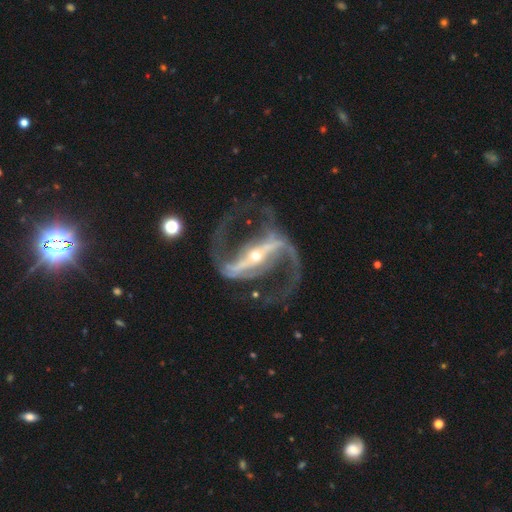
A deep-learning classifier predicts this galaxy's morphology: The model was most divided on "spiral winding": medium: 54%, loose: 35%, tight: 12%. More confident: spiral arms — yes (97%); edge-on disk — no (95%); spiral arm count — 2 (94%); smooth or featured — featured or disk (93%); bar — strong (82%); merging — none (74%); bulge size — small (69%).